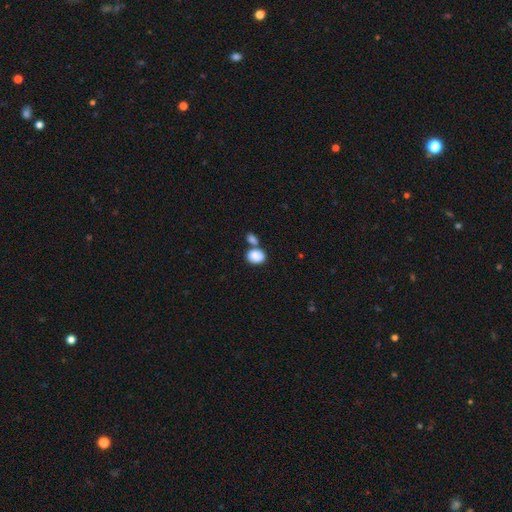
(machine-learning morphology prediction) Q: Smooth or featured?
A: smooth (87%); runner-up: star or artifact (7%)
Q: How rounded?
A: in between (62%); runner-up: round (37%)
Q: Merging?
A: none (47%); runner-up: merger (38%)